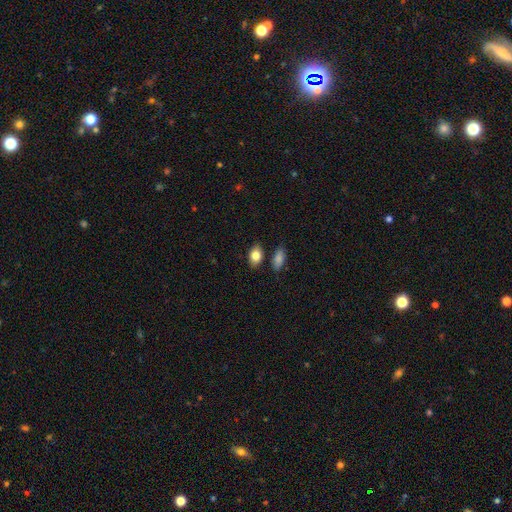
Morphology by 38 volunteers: Smooth or featured?
  - smooth: 87% *
  - featured or disk: 8%
  - star or artifact: 5%
How rounded?
  - in between: 97% *
  - round: 3%
  - cigar-shaped: 0%
Merging?
  - none: 69% *
  - minor disturbance: 17%
  - merger: 11%
  - major disturbance: 3%